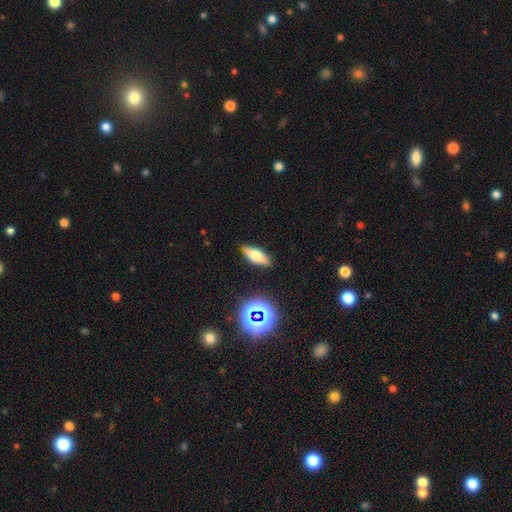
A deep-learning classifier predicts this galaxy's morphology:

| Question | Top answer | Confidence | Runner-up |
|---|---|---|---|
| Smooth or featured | smooth | 61% | featured or disk (28%) |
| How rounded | in between | 67% | cigar-shaped (29%) |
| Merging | none | 85% | minor disturbance (11%) |